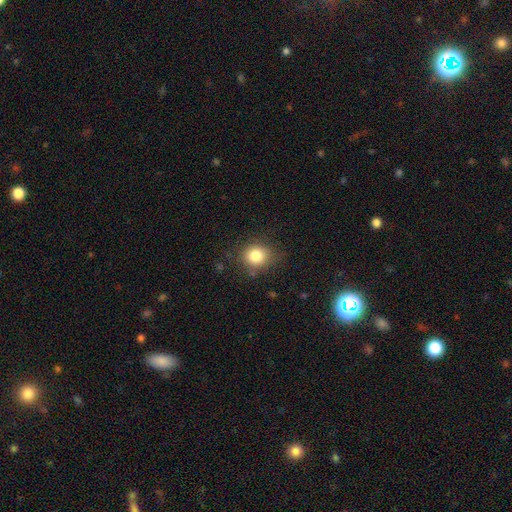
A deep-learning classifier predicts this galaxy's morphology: This is clearly a smooth galaxy (82%). How rounded: likely round (79%). Merging: clearly none (80%).